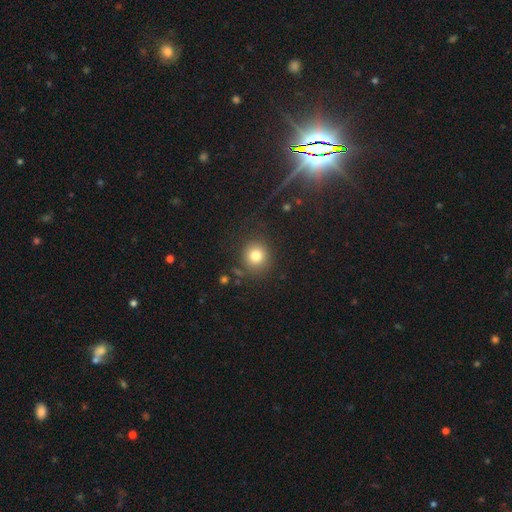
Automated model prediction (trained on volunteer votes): Smooth or featured? Predicted: smooth (p=0.80). How rounded? Predicted: round (p=0.90). Merging? Predicted: none (p=0.83).